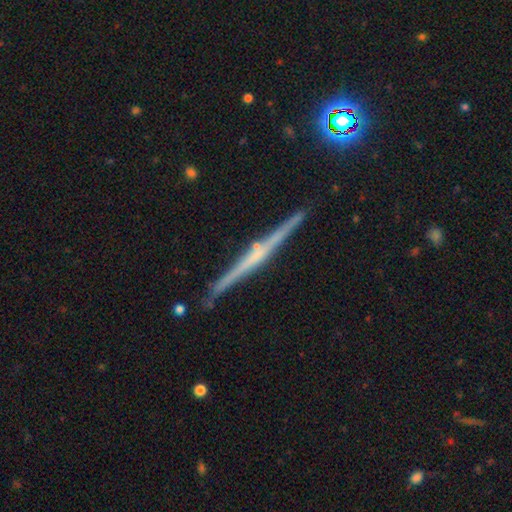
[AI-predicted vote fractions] This is likely a featured or disk galaxy (77%). It is clearly viewed edge-on (98%). Edge-on bulge: marginally none (45%). Merging: clearly none (90%).